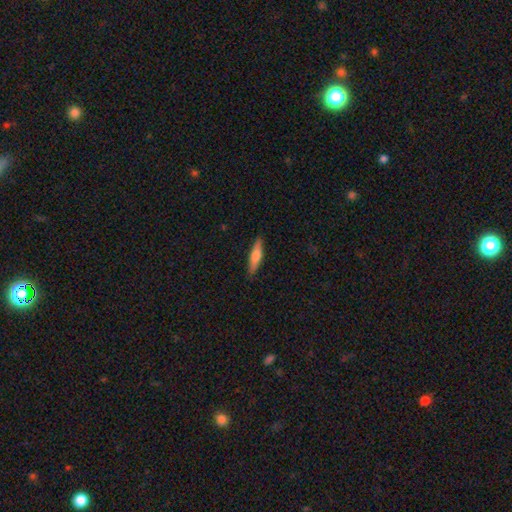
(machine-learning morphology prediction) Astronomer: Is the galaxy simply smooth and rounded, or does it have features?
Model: smooth — 61%.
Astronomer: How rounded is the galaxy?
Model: cigar-shaped — 78%.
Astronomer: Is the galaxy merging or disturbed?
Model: none — 89%.